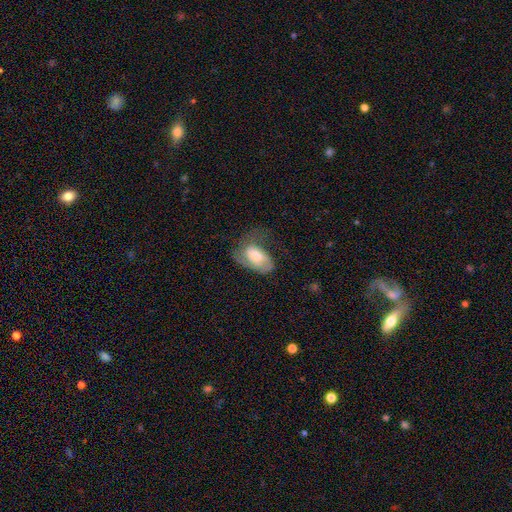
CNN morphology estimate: The model was most divided on "smooth or featured" (2-way tie): smooth: 47%, featured or disk: 47%, star or artifact: 7%. Remaining: merging — major disturbance (38%).